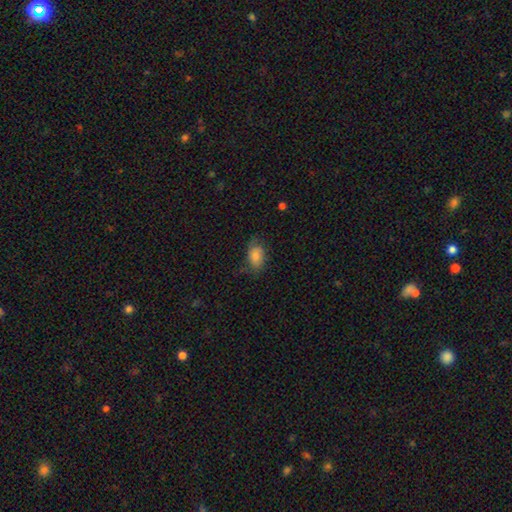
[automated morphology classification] smooth_or_featured: smooth (p=0.78) [alt: featured or disk p=0.14]
how_rounded: in between (p=0.89) [alt: round p=0.09]
merging: none (p=0.62) [alt: minor disturbance p=0.26]